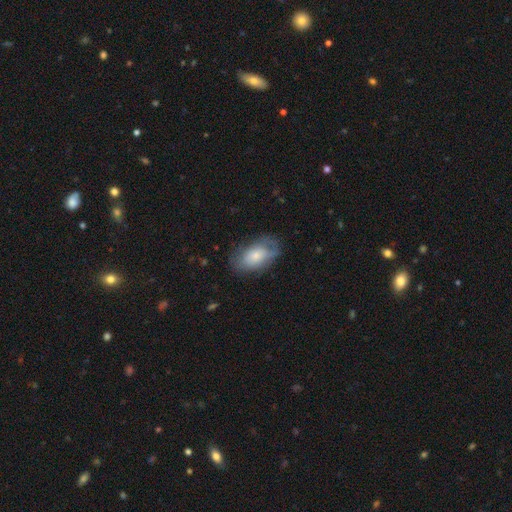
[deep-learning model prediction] The model was most divided on "merging": none: 63%, minor disturbance: 25%, major disturbance: 11%, merger: 1%. More confident: how rounded — in between (92%); smooth or featured — smooth (66%).